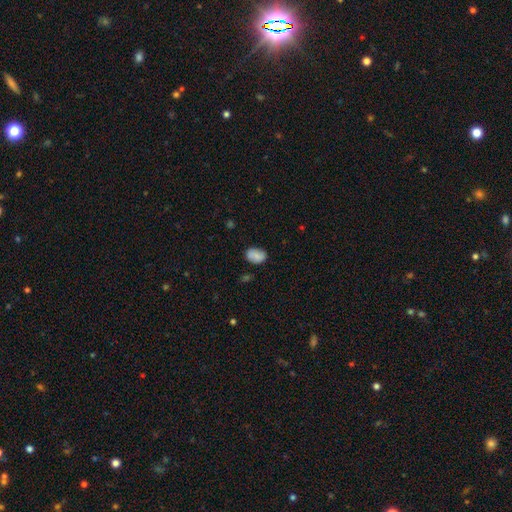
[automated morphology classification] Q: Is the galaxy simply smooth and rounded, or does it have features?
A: smooth — 79%.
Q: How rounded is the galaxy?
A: in between — 82%.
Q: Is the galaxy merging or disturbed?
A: none — 76%.